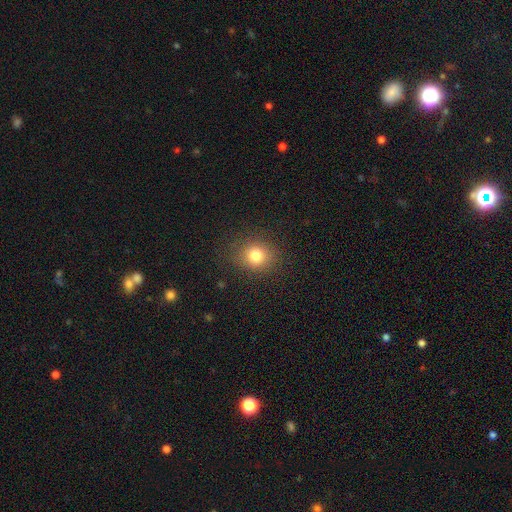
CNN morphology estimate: A smooth galaxy with no disk features (79%) that is round (74%).

Vote fractions:
- Smooth or featured? smooth: 79% / star or artifact: 13% / featured or disk: 8%
- How rounded? round: 74% / in between: 25% / cigar-shaped: 1%
- Merging? none: 86% / minor disturbance: 9% / major disturbance: 4% / merger: 1%